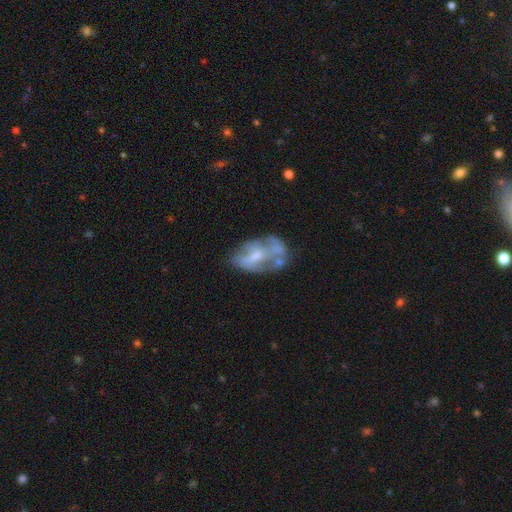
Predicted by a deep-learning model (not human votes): Morphology: type=featured or disk (65%); edge-on=no (96%); bar=no (61%); spiral arms=no (61%); bulge=moderate (40%, tied with small); merging=none (37%).